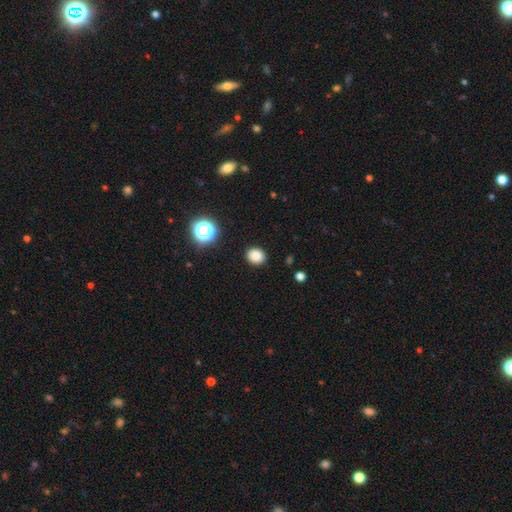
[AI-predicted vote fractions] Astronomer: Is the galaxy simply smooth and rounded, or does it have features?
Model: smooth — 84%.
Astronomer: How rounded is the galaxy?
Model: round — 66%.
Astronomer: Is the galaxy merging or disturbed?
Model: none — 90%.